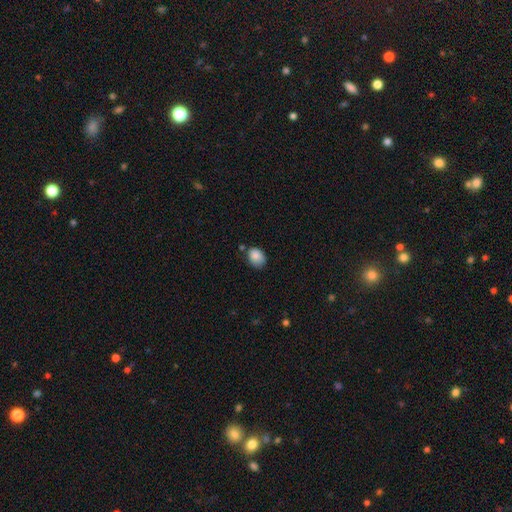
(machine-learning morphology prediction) smooth_or_featured: smooth (p=0.87) [alt: star or artifact p=0.08]
how_rounded: in between (p=0.66) [alt: round p=0.33]
merging: none (p=0.60) [alt: minor disturbance p=0.28]